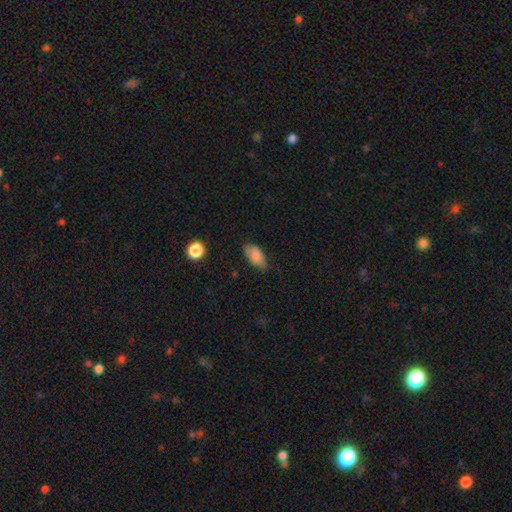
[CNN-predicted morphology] This appears to be a smooth galaxy with no disk features (85%) that is in between round and cigar-shaped (92%). Merging: none (76%).